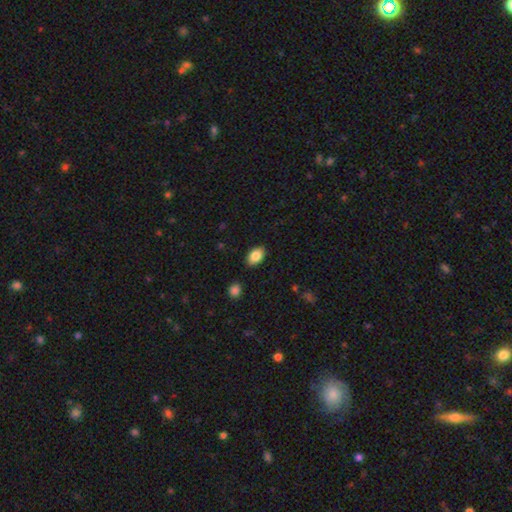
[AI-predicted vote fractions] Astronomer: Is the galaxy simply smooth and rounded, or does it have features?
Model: smooth — 85%.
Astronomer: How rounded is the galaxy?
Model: in between — 90%.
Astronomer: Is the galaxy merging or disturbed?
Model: none — 86%.